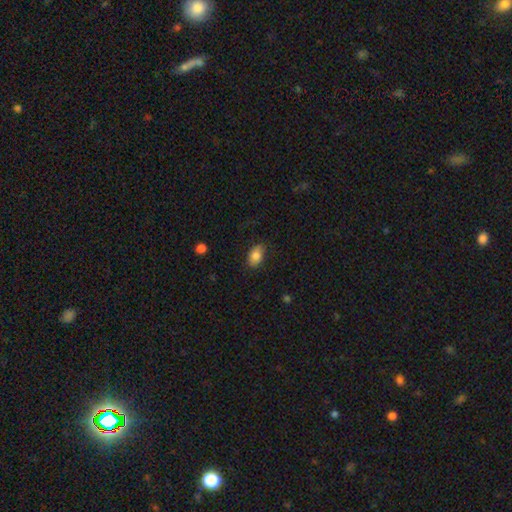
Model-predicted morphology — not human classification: Smooth or featured? Predicted: smooth (p=0.83). How rounded? Predicted: in between (p=0.87). Merging? Predicted: none (p=0.83).